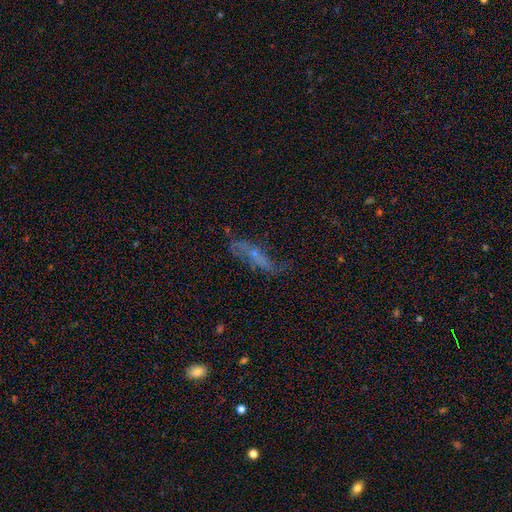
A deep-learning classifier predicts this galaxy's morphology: A featured or disk galaxy (55%). Merging: none (45%).